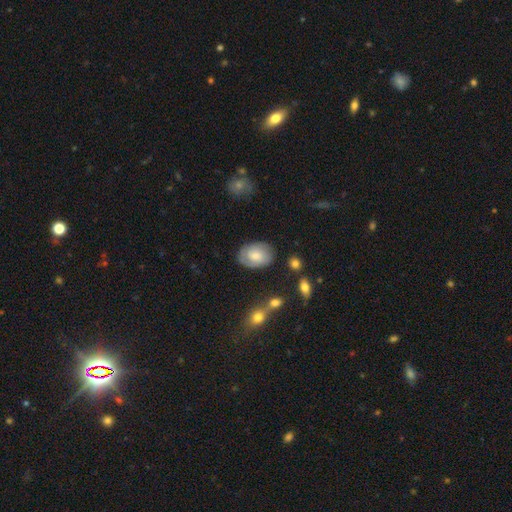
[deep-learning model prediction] This is possibly a smooth galaxy (52%). How rounded: clearly in between (80%). Merging: likely none (77%).